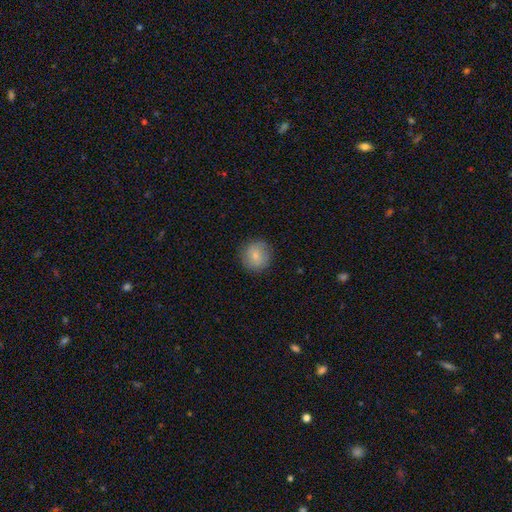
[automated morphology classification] Smooth or featured: smooth — 81% (featured or disk — 11%)
How rounded: round — 92% (in between — 7%)
Merging: none — 87% (minor disturbance — 10%)